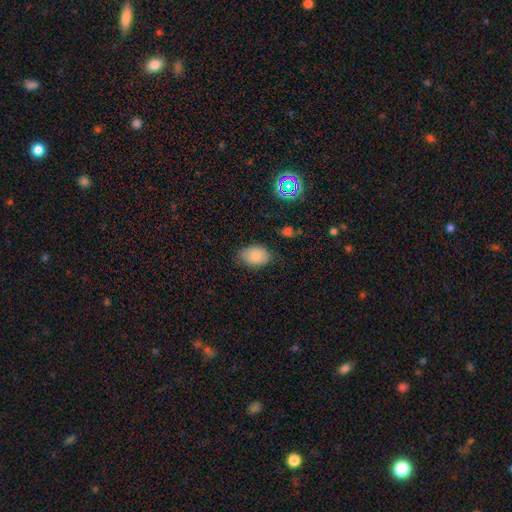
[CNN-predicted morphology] Smooth or featured? Predicted: smooth (p=0.80). How rounded? Predicted: in between (p=0.79). Merging? Predicted: none (p=0.72).